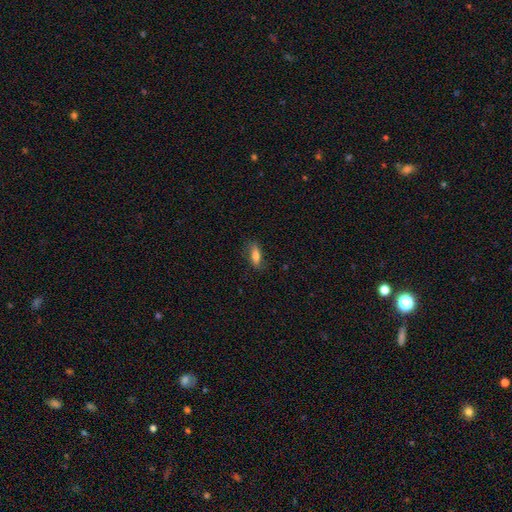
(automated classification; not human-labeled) smooth_or_featured: smooth (p=0.71) [alt: featured or disk p=0.21]
how_rounded: in between (p=0.61) [alt: cigar-shaped p=0.35]
merging: none (p=0.76) [alt: minor disturbance p=0.18]